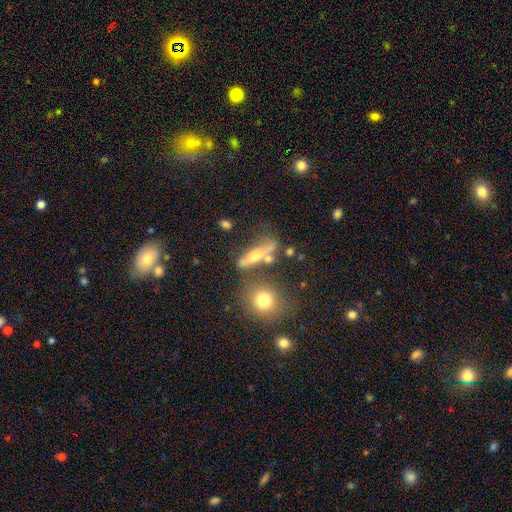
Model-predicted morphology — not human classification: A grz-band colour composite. It shows a featured or disk galaxy (43%, tied with smooth). Merging: none (51%).